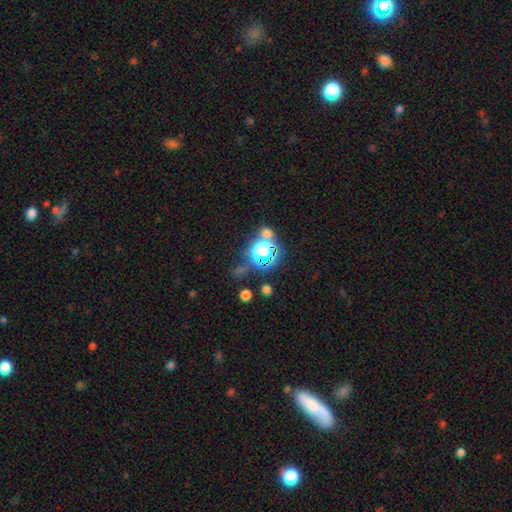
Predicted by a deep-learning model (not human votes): Overall: star or artifact (74%).